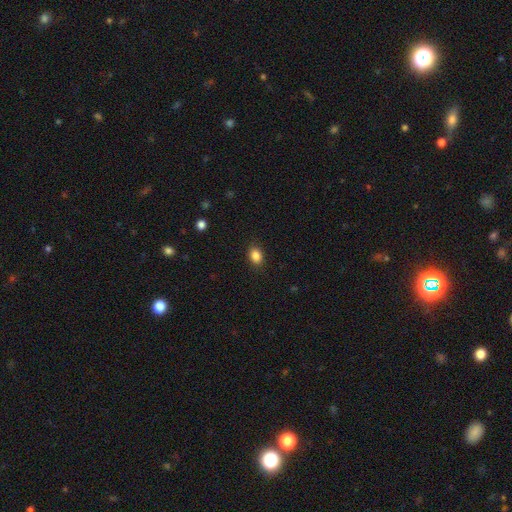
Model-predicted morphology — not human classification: Smooth or featured: smooth — 86% (star or artifact — 10%)
How rounded: in between — 68% (round — 31%)
Merging: none — 88% (minor disturbance — 9%)